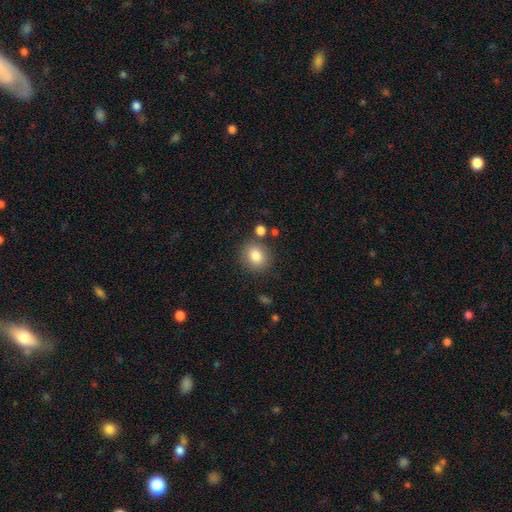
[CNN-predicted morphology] smooth-or-featured: smooth: 83% | star or artifact: 9% | featured or disk: 8%
  how-rounded: round: 75% | in between: 24% | cigar-shaped: 1%
  merging: none: 80% | minor disturbance: 10% | merger: 6% | major disturbance: 3%